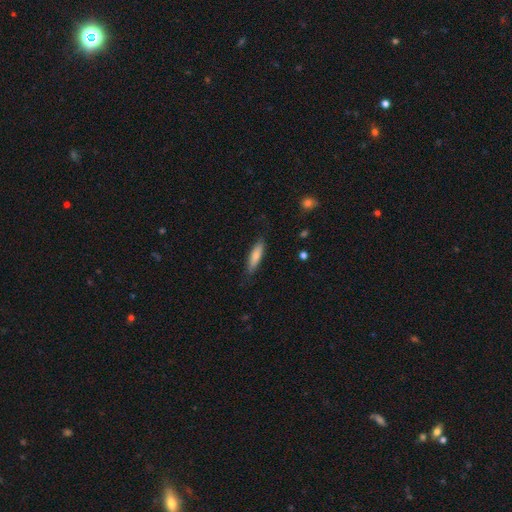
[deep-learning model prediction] Q: Smooth or featured?
A: smooth (78%); runner-up: featured or disk (16%)
Q: How rounded?
A: cigar-shaped (75%); runner-up: in between (24%)
Q: Merging?
A: none (84%); runner-up: minor disturbance (13%)